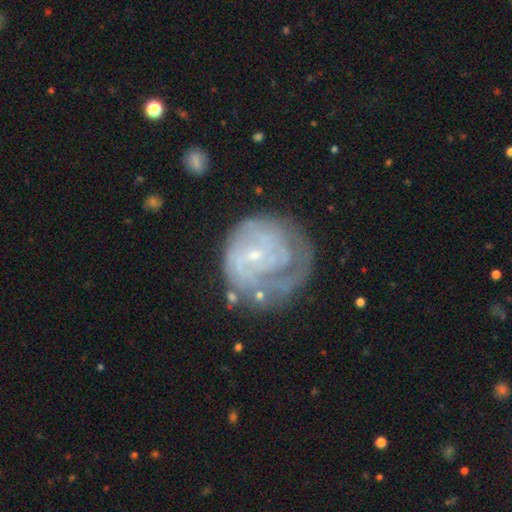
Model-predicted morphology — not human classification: Smooth or featured? Predicted: featured or disk (p=0.77). Edge-on disk? Predicted: no (p=0.98). Bar? Predicted: no (p=0.56). Spiral arms? Predicted: yes (p=0.84). Spiral winding? Predicted: tight (p=0.63). Spiral arm count? Predicted: can't tell (p=0.42). Bulge size? Predicted: small (p=0.80). Merging? Predicted: none (p=0.47).